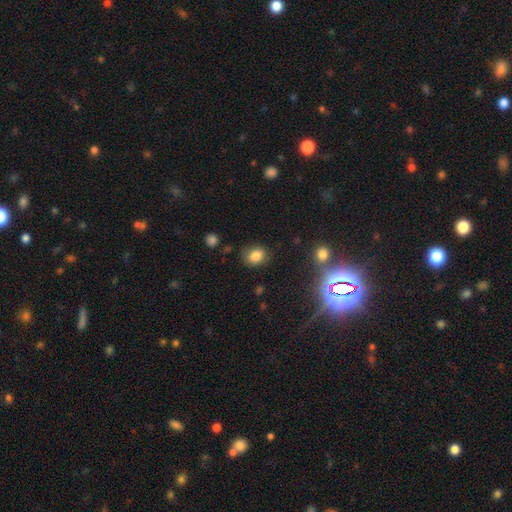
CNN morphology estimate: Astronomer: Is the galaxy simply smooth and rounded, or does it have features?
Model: smooth — 81%.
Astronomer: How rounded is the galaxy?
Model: round — 51% (runner-up: in between, 48%).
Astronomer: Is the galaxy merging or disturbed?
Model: none — 79%.